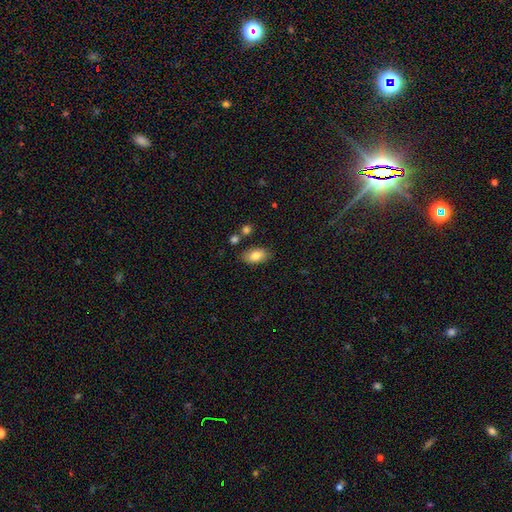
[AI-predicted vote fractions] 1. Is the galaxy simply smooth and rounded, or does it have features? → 82% smooth, 11% featured or disk, 7% star or artifact.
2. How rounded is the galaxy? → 92% in between, 6% round, 2% cigar-shaped.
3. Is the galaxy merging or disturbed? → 81% none, 12% minor disturbance, 5% merger, 3% major disturbance.